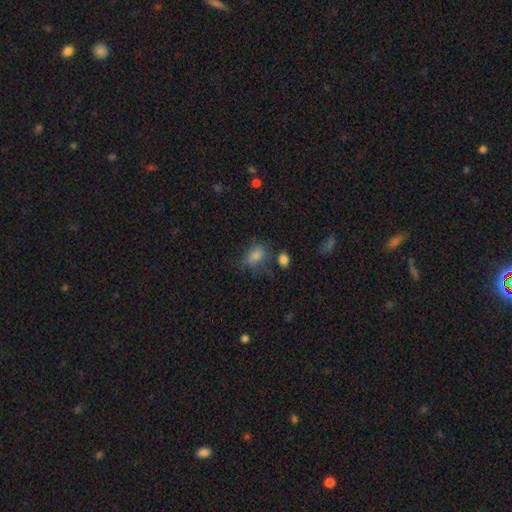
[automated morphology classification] smooth-or-featured: smooth: 73% | star or artifact: 15% | featured or disk: 12%
  how-rounded: in between: 78% | round: 19% | cigar-shaped: 3%
  merging: none: 49% | minor disturbance: 25% | major disturbance: 17% | merger: 9%